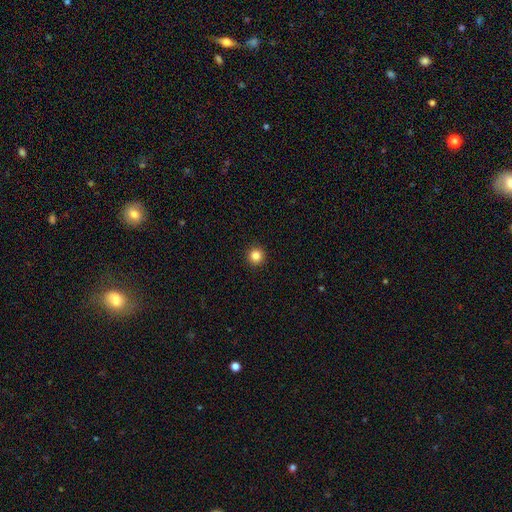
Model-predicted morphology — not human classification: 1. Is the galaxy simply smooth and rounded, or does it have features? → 85% smooth, 11% star or artifact, 4% featured or disk.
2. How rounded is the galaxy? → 96% round, 3% in between, 1% cigar-shaped.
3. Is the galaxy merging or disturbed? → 94% none, 4% minor disturbance, 1% major disturbance, 1% merger.